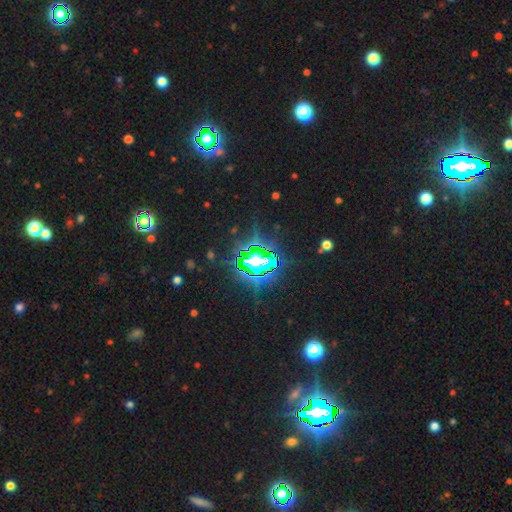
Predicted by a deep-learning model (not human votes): The model was most divided on "smooth or featured": star or artifact: 79%, smooth: 11%, featured or disk: 10%.